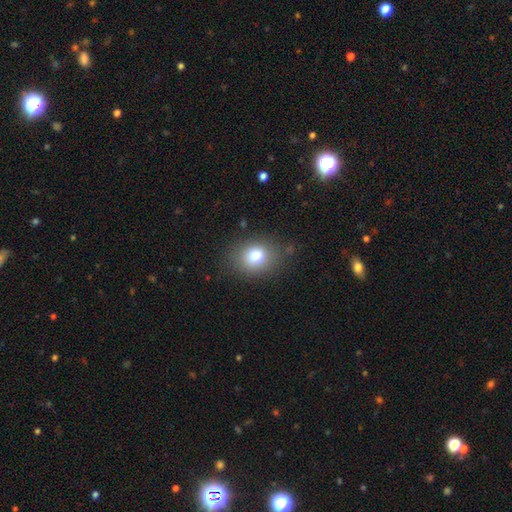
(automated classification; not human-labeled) Smooth or featured? Predicted: smooth (p=0.79). How rounded? Predicted: round (p=0.55). Merging? Predicted: none (p=0.80).